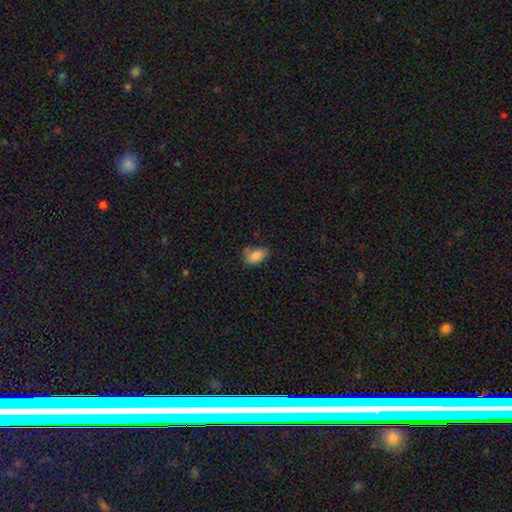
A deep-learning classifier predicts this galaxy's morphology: Q: Smooth or featured?
A: smooth (85%); runner-up: star or artifact (9%)
Q: How rounded?
A: in between (89%); runner-up: round (8%)
Q: Merging?
A: none (55%); runner-up: minor disturbance (32%)